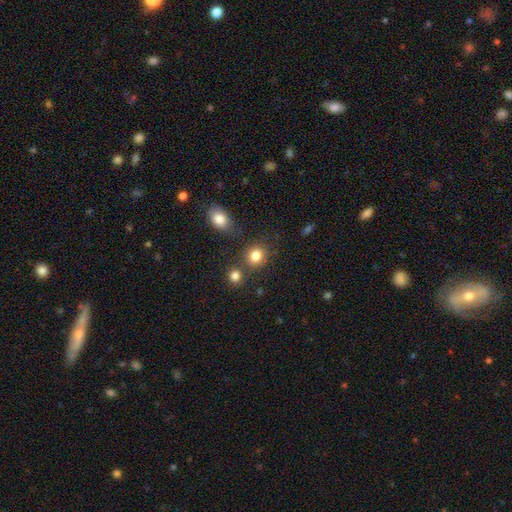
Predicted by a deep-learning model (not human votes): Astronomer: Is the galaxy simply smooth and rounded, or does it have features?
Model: smooth — 83%.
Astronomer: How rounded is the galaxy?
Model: round — 76%.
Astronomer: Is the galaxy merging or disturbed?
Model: none — 74%.